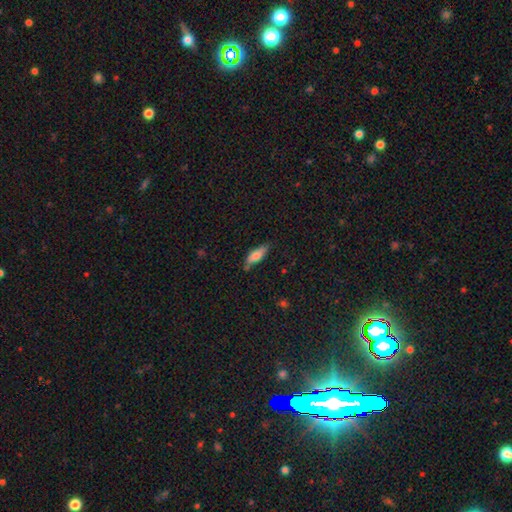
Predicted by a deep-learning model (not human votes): Smooth or featured?
  - smooth: 75% *
  - featured or disk: 18%
  - star or artifact: 7%
How rounded?
  - in between: 65% *
  - cigar-shaped: 33%
  - round: 2%
Merging?
  - none: 65% *
  - minor disturbance: 25%
  - merger: 6%
  - major disturbance: 5%